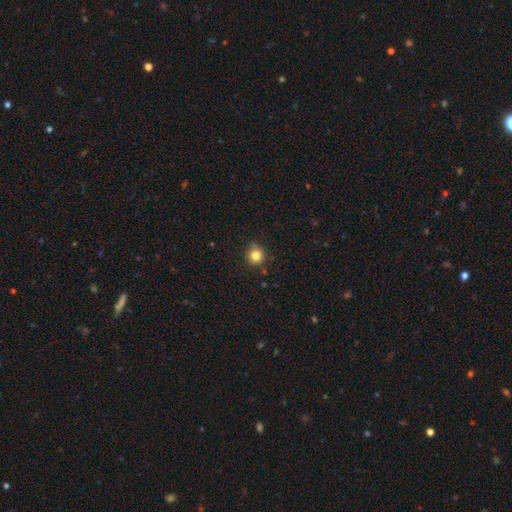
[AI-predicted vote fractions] The model was most divided on "merging": none: 76%, minor disturbance: 17%, merger: 3%, major disturbance: 3%. More confident: how rounded — round (92%); smooth or featured — smooth (82%).